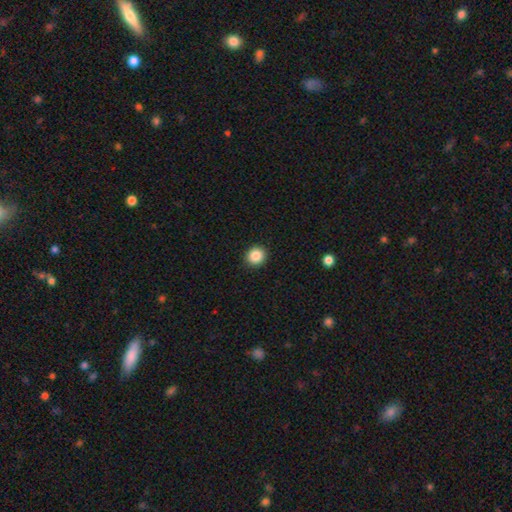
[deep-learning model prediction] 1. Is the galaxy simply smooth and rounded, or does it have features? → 87% smooth, 9% star or artifact, 4% featured or disk.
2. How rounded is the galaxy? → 90% round, 9% in between, 1% cigar-shaped.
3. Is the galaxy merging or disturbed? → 92% none, 5% minor disturbance, 2% major disturbance, 1% merger.